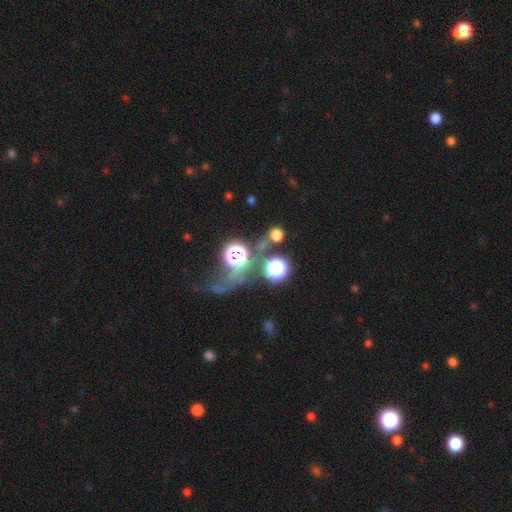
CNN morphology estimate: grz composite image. It shows a star or artifact, not a galaxy (43%).